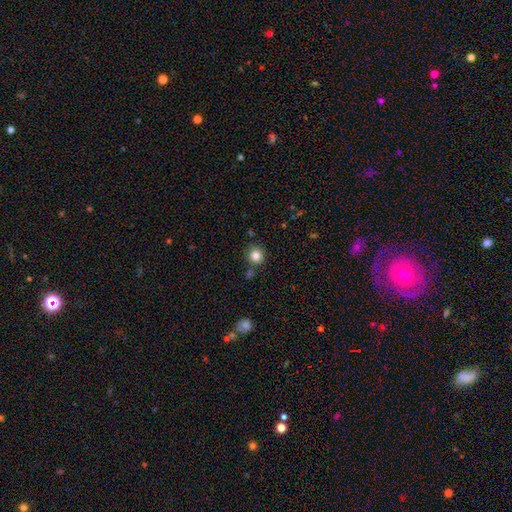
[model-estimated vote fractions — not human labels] The model was most divided on "smooth or featured": smooth: 83%, star or artifact: 12%, featured or disk: 5%. More confident: how rounded — round (92%); merging — none (82%).